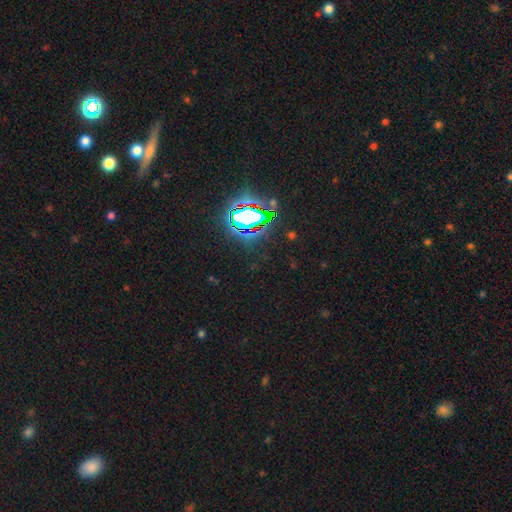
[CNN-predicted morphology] star or artifact 81%, smooth 11%, featured or disk 8%.